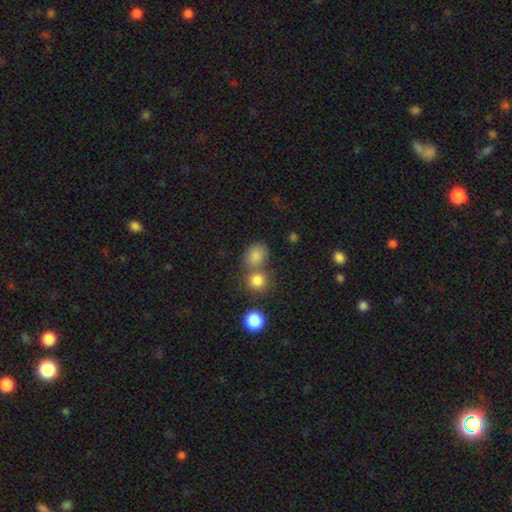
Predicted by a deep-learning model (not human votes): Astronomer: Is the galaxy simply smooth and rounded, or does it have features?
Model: smooth — 81%.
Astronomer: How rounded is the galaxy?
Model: round — 59% (runner-up: in between, 40%).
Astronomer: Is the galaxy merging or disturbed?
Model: none — 46% (runner-up: merger, 38%).